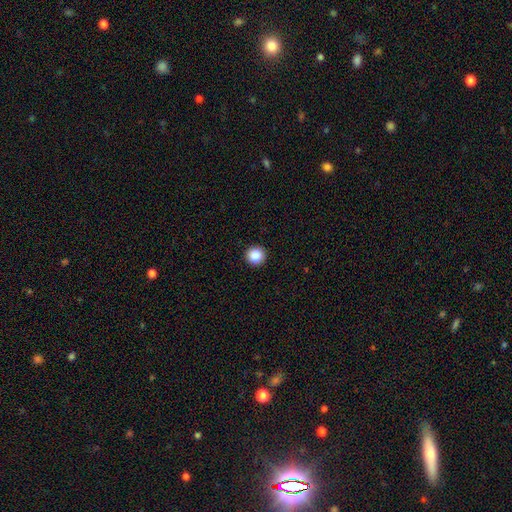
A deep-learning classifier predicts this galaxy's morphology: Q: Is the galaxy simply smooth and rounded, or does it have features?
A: smooth — 87%.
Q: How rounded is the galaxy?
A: round — 96%.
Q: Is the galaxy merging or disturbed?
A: none — 94%.